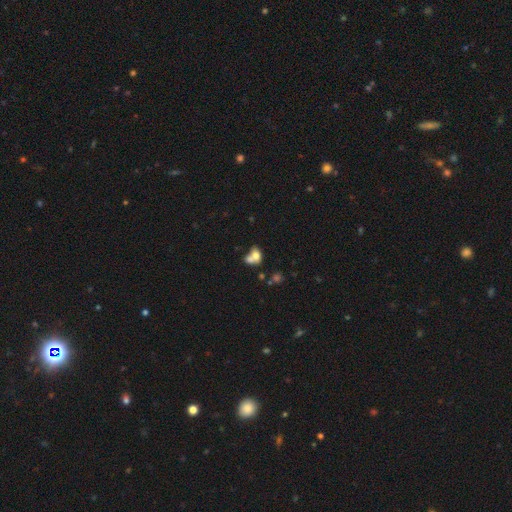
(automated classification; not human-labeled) Smooth or featured? Predicted: smooth (p=0.69). How rounded? Predicted: in between (p=0.60). Merging? Predicted: merger (p=0.62).